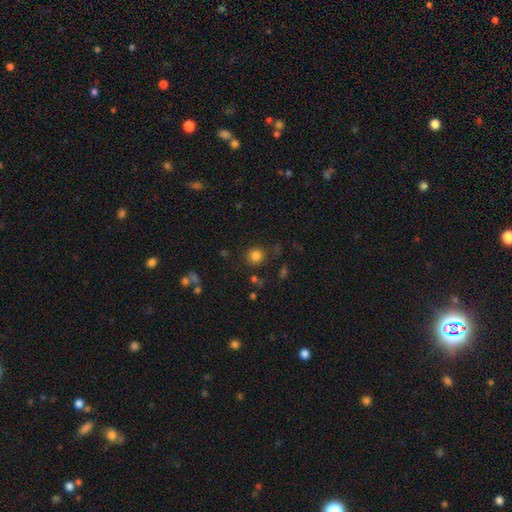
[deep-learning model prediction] This appears to be a smooth galaxy with no disk features (82%) that is round (89%). Merging: none (82%).